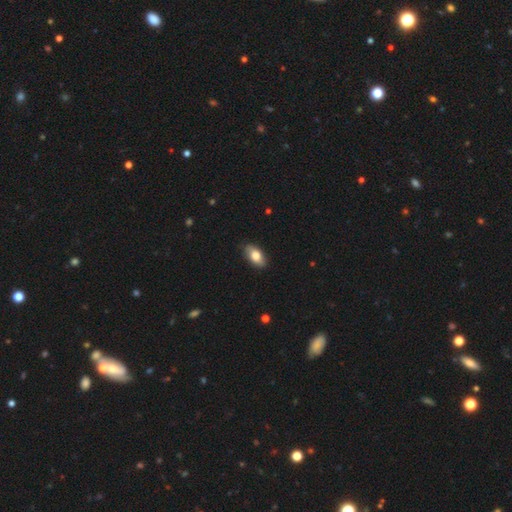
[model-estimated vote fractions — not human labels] A smooth galaxy with no disk features (80%) that is in between round and cigar-shaped (92%).

Vote fractions:
- Smooth or featured? smooth: 80% / featured or disk: 14% / star or artifact: 6%
- How rounded? in between: 92% / round: 4% / cigar-shaped: 4%
- Merging? none: 87% / minor disturbance: 10% / major disturbance: 2% / merger: 1%